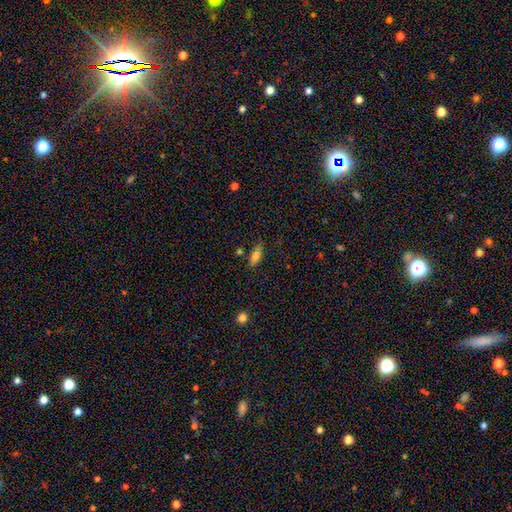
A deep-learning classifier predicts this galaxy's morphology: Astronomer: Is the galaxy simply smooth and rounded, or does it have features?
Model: smooth — 78%.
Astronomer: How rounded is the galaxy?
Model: in between — 77%.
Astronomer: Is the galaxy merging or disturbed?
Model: none — 67%.